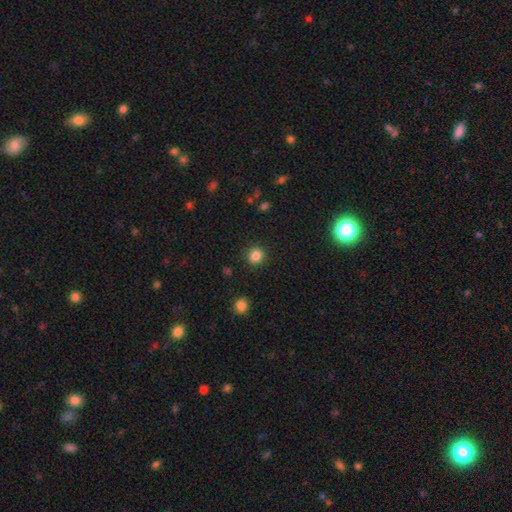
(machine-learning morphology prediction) This appears to be a smooth galaxy with no disk features (85%) that is round (91%). Merging: none (91%).